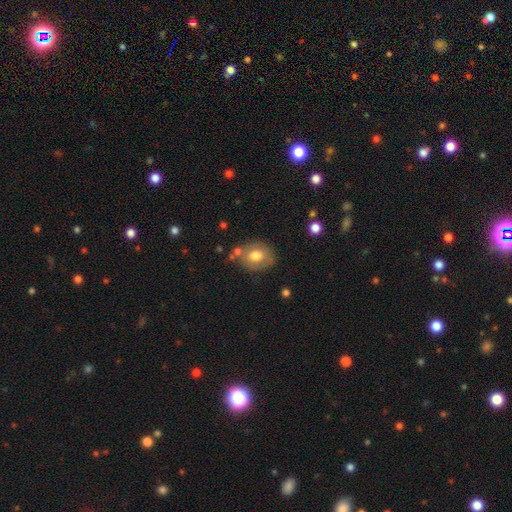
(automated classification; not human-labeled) Smooth or featured? smooth (70%)
How rounded? round (59%)
Merging? none (71%)